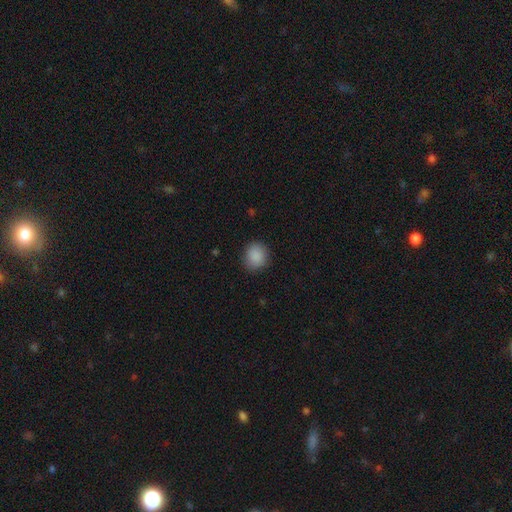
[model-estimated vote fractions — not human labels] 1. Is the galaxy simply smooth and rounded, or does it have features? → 88% smooth, 8% star or artifact, 3% featured or disk.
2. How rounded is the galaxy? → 77% round, 22% in between, 1% cigar-shaped.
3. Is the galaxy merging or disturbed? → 85% none, 11% minor disturbance, 3% major disturbance, 1% merger.